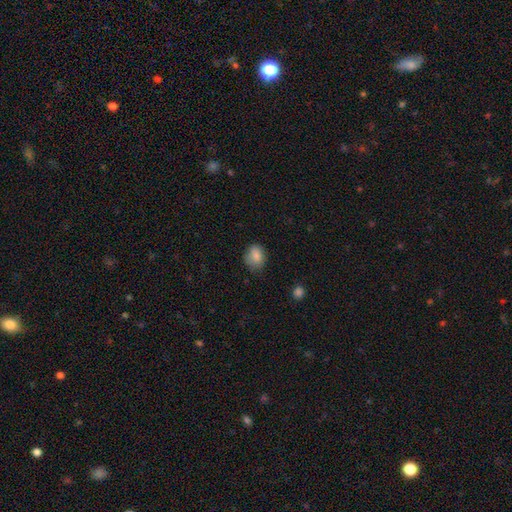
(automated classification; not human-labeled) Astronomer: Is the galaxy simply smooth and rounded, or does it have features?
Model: smooth — 84%.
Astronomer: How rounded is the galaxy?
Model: in between — 53% (runner-up: round, 46%).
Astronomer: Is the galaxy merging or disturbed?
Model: none — 66%.